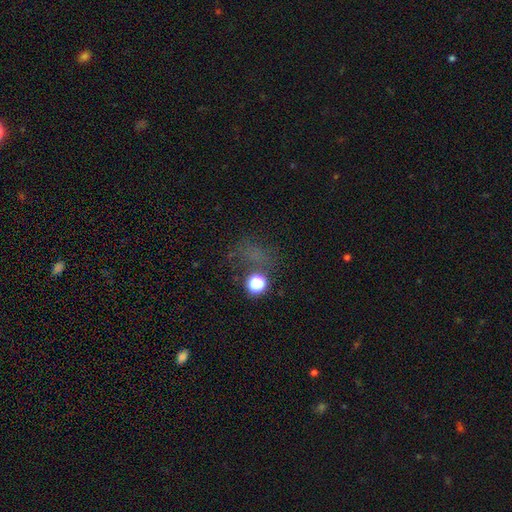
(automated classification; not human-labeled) star or artifact 44% (tied), smooth 44% (tied), featured or disk 12%.